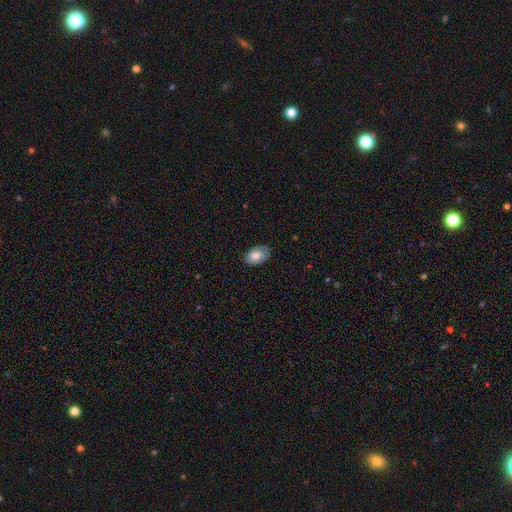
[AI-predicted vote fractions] Smooth or featured? smooth (84%)
How rounded? in between (90%)
Merging? none (80%)